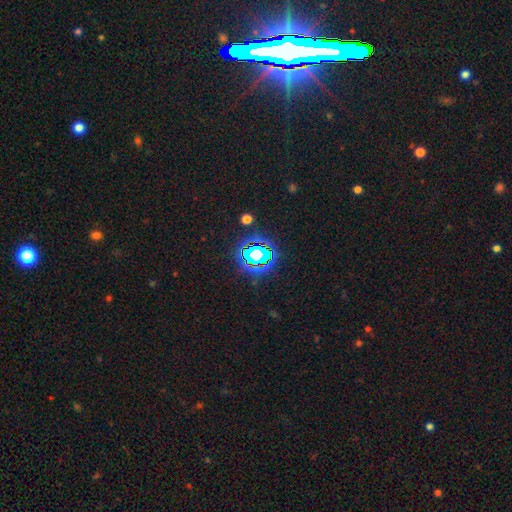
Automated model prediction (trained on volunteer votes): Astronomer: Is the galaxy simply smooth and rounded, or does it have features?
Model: star or artifact — 67%.